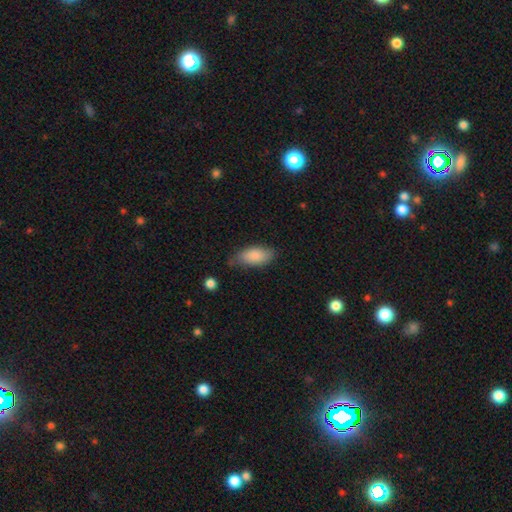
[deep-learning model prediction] Morphology: type=smooth (85%); roundness=in between (89%); merging=none (68%).